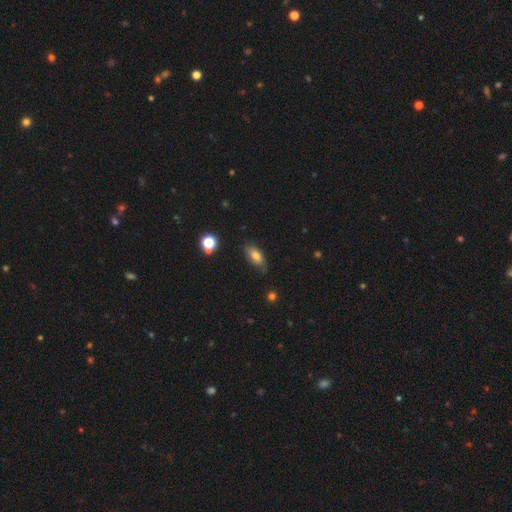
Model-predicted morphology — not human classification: Smooth or featured? Predicted: smooth (p=0.74). How rounded? Predicted: in between (p=0.85). Merging? Predicted: none (p=0.72).